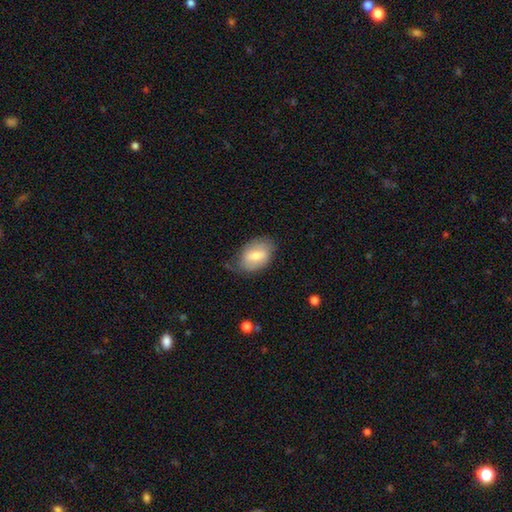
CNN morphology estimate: A smooth galaxy with no disk features (64%) that is in between round and cigar-shaped (86%). Merging: none (61%).